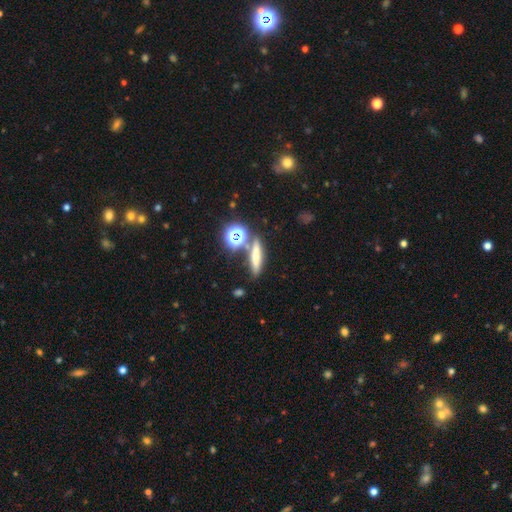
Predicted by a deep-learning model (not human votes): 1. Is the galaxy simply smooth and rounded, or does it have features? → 58% smooth, 23% featured or disk, 19% star or artifact.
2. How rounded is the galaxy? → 63% cigar-shaped, 19% in between, 18% round.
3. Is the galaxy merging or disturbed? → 73% none, 13% merger, 10% minor disturbance, 4% major disturbance.